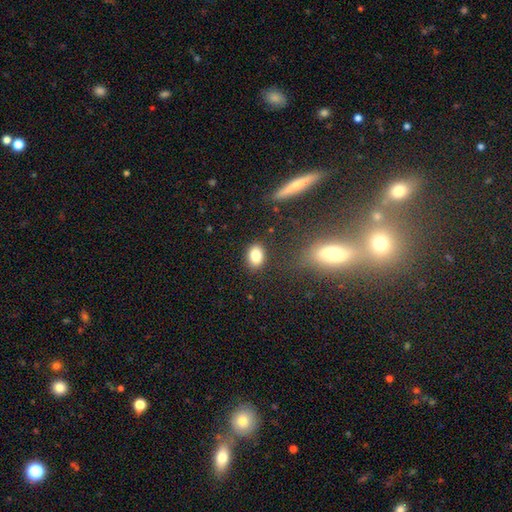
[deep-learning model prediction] smooth_or_featured: smooth (p=0.84) [alt: star or artifact p=0.09]
how_rounded: in between (p=0.77) [alt: round p=0.21]
merging: none (p=0.85) [alt: minor disturbance p=0.09]